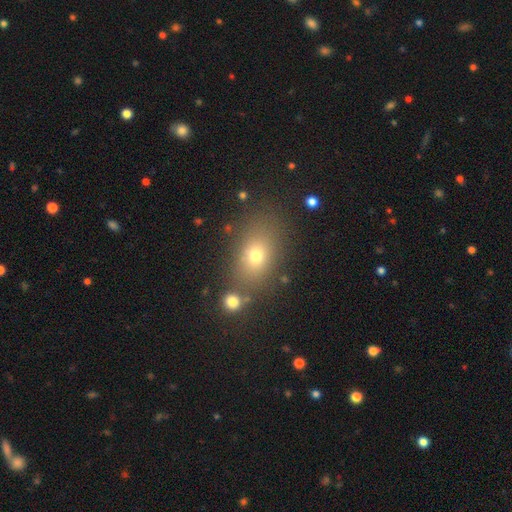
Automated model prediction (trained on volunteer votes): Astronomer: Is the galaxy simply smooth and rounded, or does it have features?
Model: smooth — 70%.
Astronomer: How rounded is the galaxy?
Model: in between — 74%.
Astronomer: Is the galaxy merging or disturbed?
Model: none — 73%.